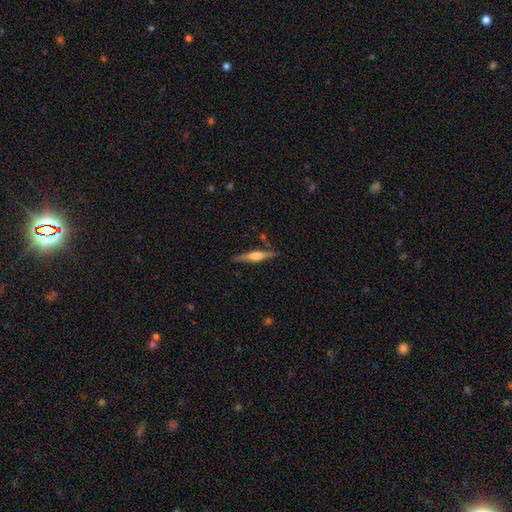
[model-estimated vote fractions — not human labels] Smooth or featured?
  - featured or disk: 65% *
  - smooth: 29%
  - star or artifact: 6%
Edge-on disk?
  - yes: 97% *
  - no: 3%
Edge-on bulge?
  - rounded: 77% *
  - boxy: 18%
  - none: 5%
Merging?
  - none: 86% *
  - minor disturbance: 10%
  - merger: 2%
  - major disturbance: 2%